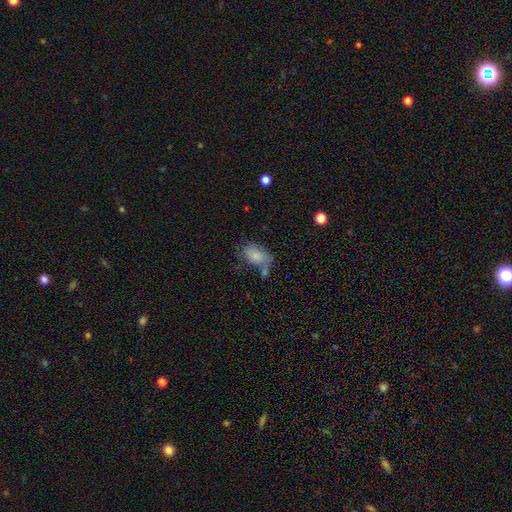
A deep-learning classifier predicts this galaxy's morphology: Smooth or featured? smooth (80%)
How rounded? in between (90%)
Merging? none (45%)